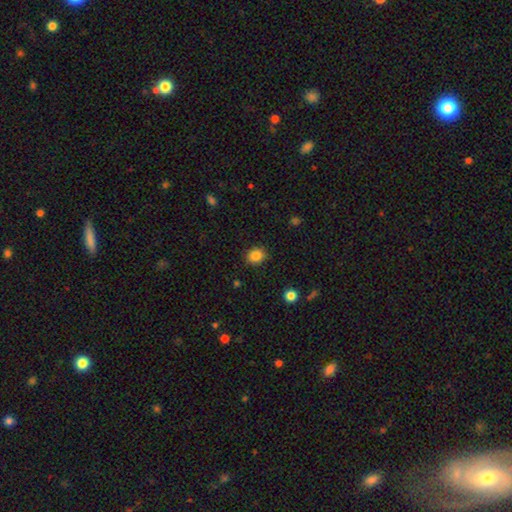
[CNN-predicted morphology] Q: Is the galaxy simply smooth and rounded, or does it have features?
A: smooth — 85%.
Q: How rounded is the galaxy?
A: round — 67%.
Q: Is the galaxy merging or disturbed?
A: none — 87%.